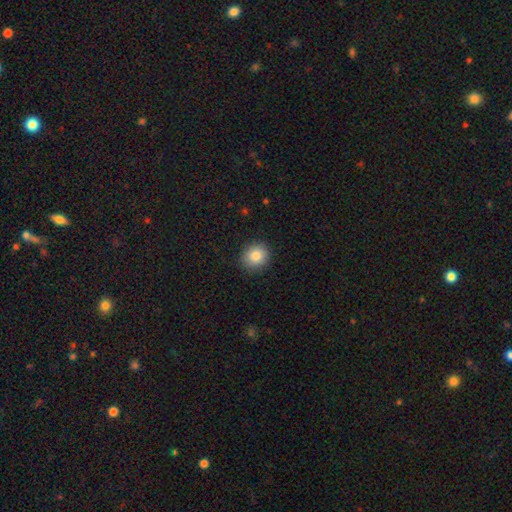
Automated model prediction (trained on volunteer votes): smooth_or_featured: smooth (p=0.84) [alt: star or artifact p=0.09]
how_rounded: round (p=0.82) [alt: in between p=0.17]
merging: none (p=0.90) [alt: minor disturbance p=0.07]